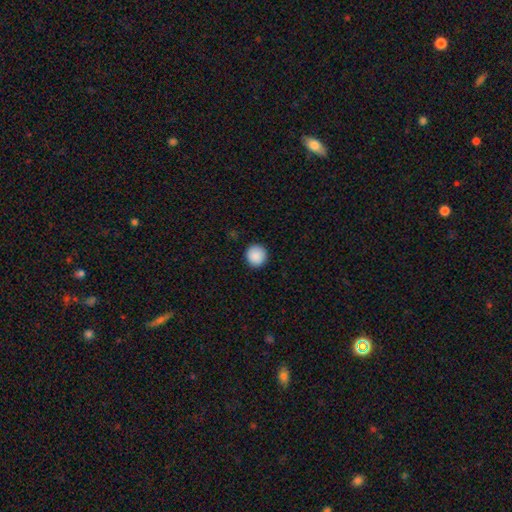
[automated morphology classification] This is clearly a smooth galaxy (89%). How rounded: clearly round (95%). Merging: clearly none (92%).